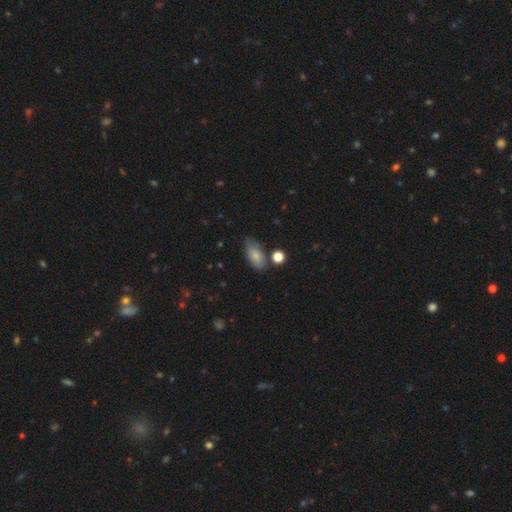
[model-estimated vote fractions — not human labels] smooth-or-featured: smooth: 81% | featured or disk: 11% | star or artifact: 7%
  how-rounded: in between: 88% | cigar-shaped: 8% | round: 5%
  merging: none: 69% | minor disturbance: 21% | merger: 5% | major disturbance: 5%